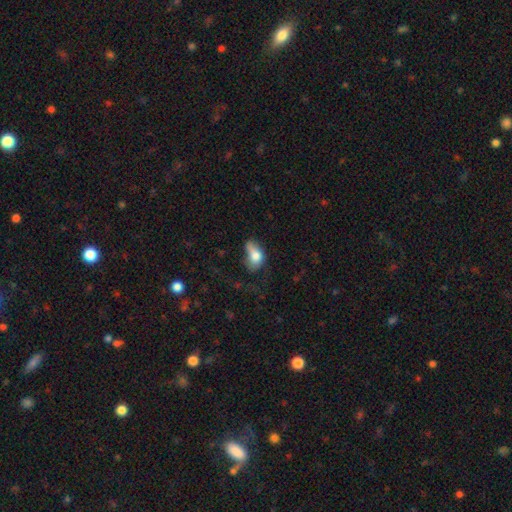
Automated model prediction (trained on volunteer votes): This appears to be a smooth galaxy with no disk features (72%) that is in between round and cigar-shaped (82%). Merging: major disturbance (35%).